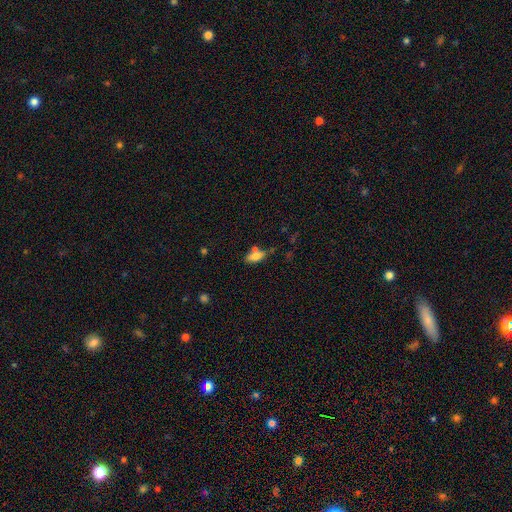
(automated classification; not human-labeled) Morphology: type=smooth (76%); roundness=in between (81%); merging=none (52%).